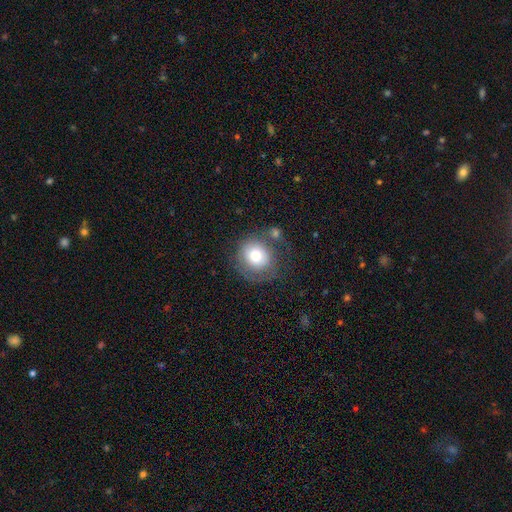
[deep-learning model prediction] Morphology: type=smooth (72%); roundness=round (83%); merging=none (57%).